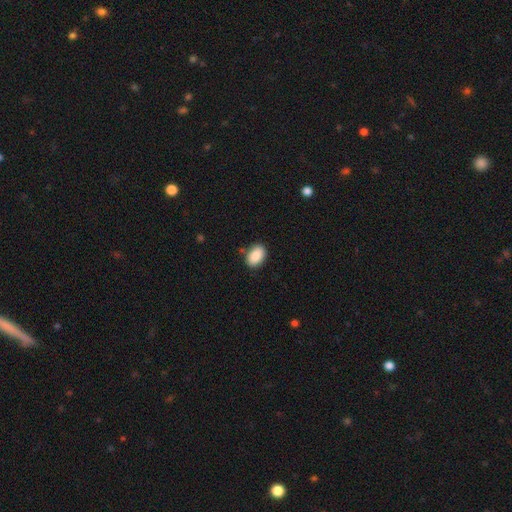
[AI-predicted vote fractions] Q: Smooth or featured?
A: smooth (89%); runner-up: star or artifact (7%)
Q: How rounded?
A: in between (87%); runner-up: round (12%)
Q: Merging?
A: none (83%); runner-up: minor disturbance (12%)